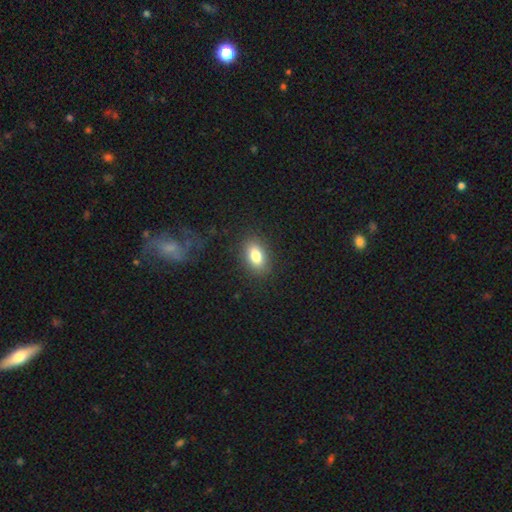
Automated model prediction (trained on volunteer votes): Smooth or featured? Predicted: smooth (p=0.80). How rounded? Predicted: in between (p=0.86). Merging? Predicted: none (p=0.85).